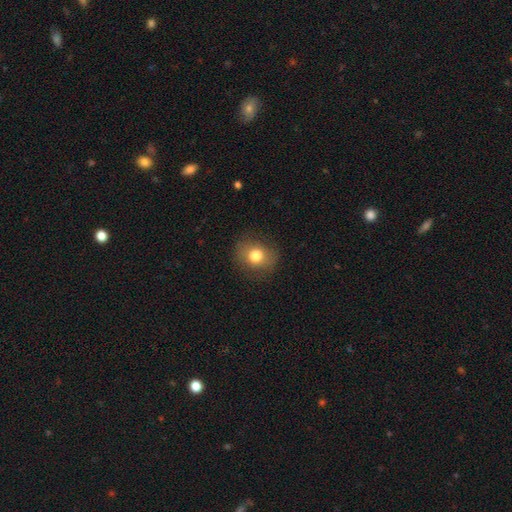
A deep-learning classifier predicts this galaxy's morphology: smooth-or-featured: smooth: 78% | featured or disk: 13% | star or artifact: 10%
  how-rounded: round: 71% | in between: 28% | cigar-shaped: 1%
  merging: none: 84% | minor disturbance: 11% | major disturbance: 4% | merger: 1%